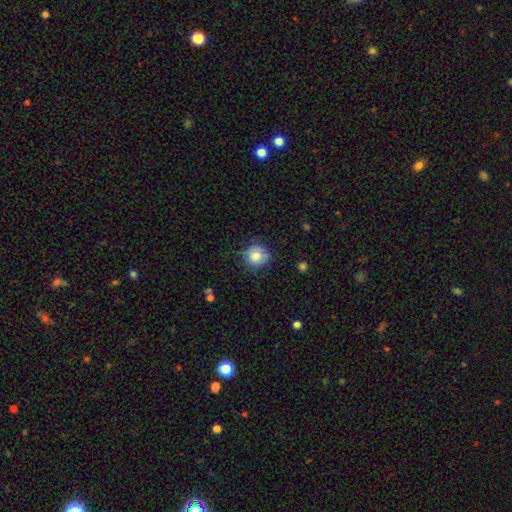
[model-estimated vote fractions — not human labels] Morphology: type=smooth (80%); roundness=round (90%); merging=none (75%).